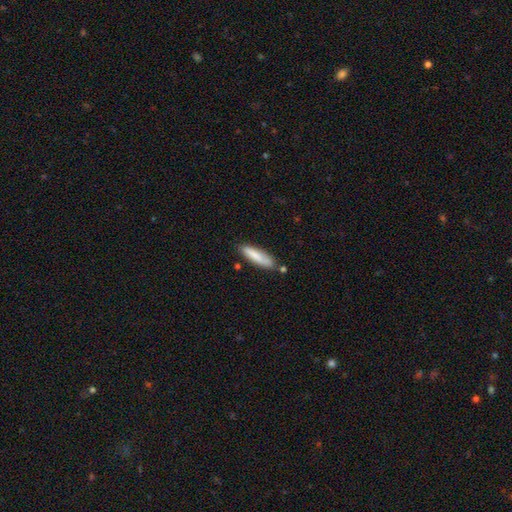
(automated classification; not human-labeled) smooth 79%, featured or disk 15%, star or artifact 6%. Down the decision tree: how rounded — cigar-shaped (72%); merging — none (75%).